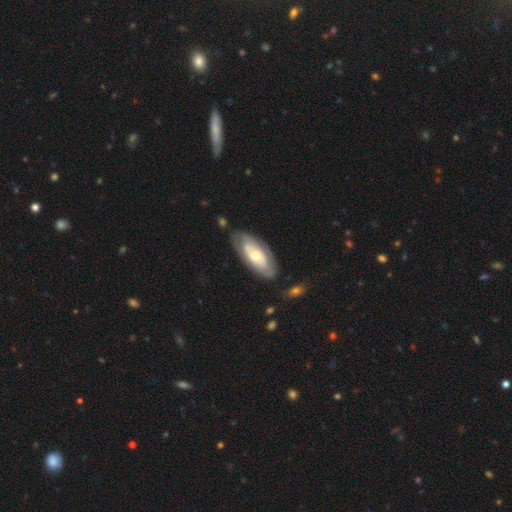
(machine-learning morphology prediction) type=featured or disk (51%); edge-on=no (85%); merging=none (74%).